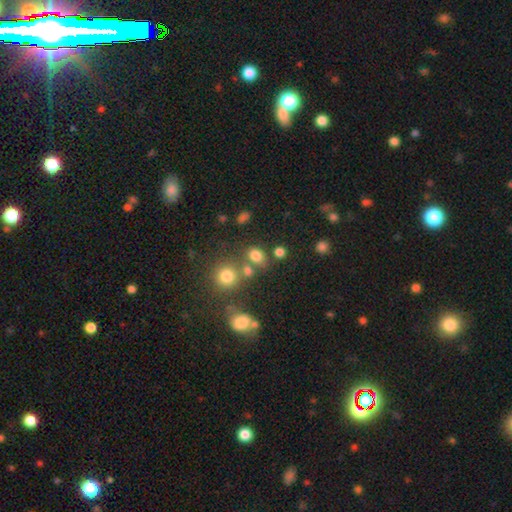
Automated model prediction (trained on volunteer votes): This is likely a smooth galaxy (77%). How rounded: possibly in between (56%). Merging: likely none (62%).